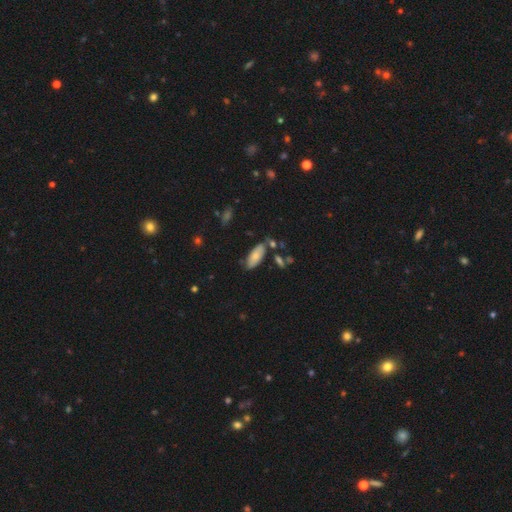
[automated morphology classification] smooth-or-featured: smooth: 76% | featured or disk: 17% | star or artifact: 7%
  how-rounded: in between: 84% | cigar-shaped: 14% | round: 2%
  merging: none: 71% | minor disturbance: 18% | merger: 7% | major disturbance: 4%